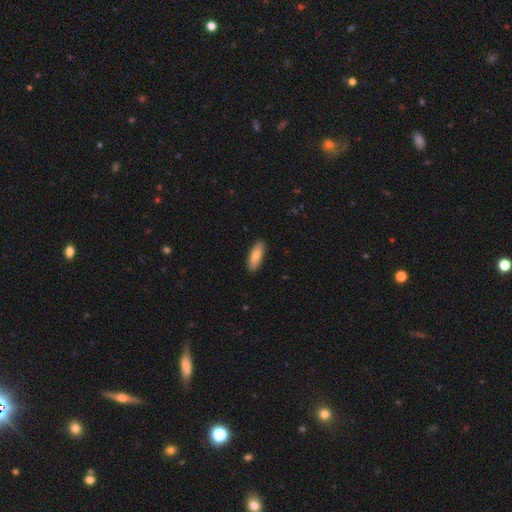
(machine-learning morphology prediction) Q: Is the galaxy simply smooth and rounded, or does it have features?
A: smooth — 83%.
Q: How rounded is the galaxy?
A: in between — 64%.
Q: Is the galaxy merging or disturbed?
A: none — 89%.